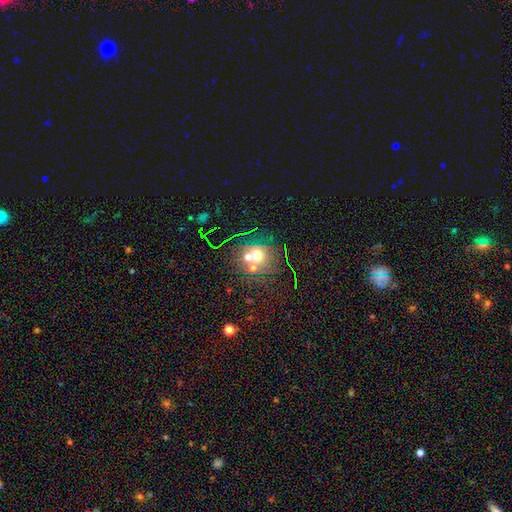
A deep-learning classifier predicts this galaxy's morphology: Overall: smooth (54%; star or artifact 24%). How rounded: round (81%). Merging: none (49%; merger 36%).